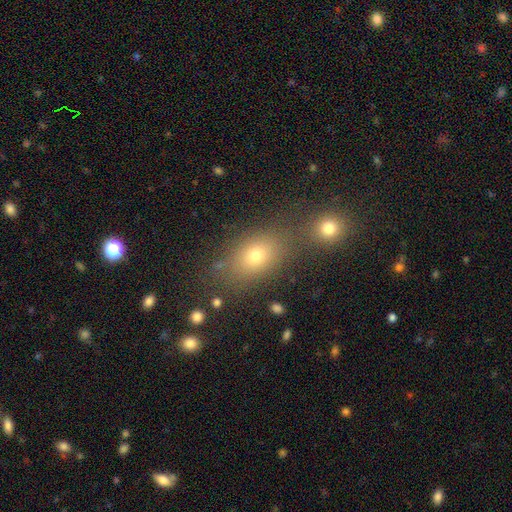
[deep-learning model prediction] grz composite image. It shows a smooth galaxy with no disk features (71%) that is in between round and cigar-shaped (73%). Merging: none (63%).